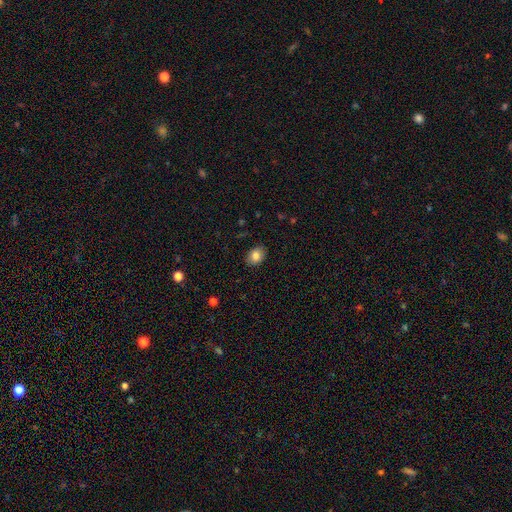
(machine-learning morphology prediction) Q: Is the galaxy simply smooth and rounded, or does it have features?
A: smooth — 83%.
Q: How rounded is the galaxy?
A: in between — 70%.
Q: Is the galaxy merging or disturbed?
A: none — 86%.